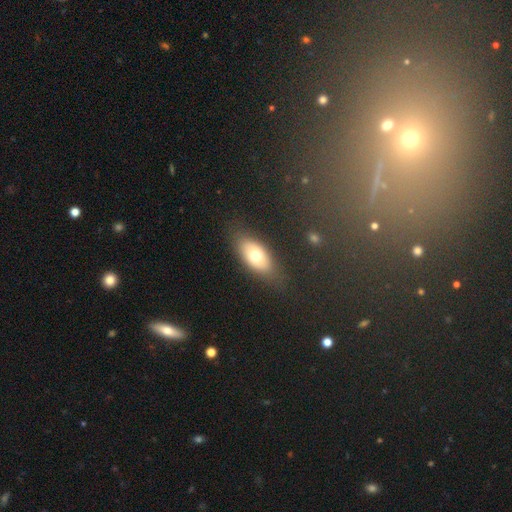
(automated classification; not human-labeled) Q: Smooth or featured?
A: smooth (69%); runner-up: featured or disk (24%)
Q: How rounded?
A: in between (87%); runner-up: cigar-shaped (8%)
Q: Merging?
A: none (78%); runner-up: minor disturbance (14%)